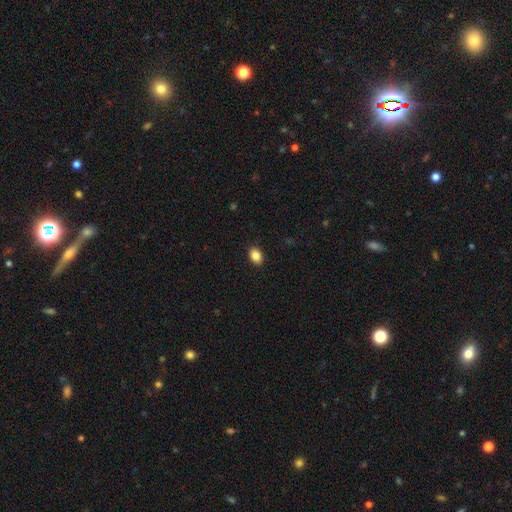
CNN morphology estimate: smooth_or_featured: smooth (p=0.87) [alt: star or artifact p=0.08]
how_rounded: in between (p=0.79) [alt: round p=0.20]
merging: none (p=0.90) [alt: minor disturbance p=0.07]